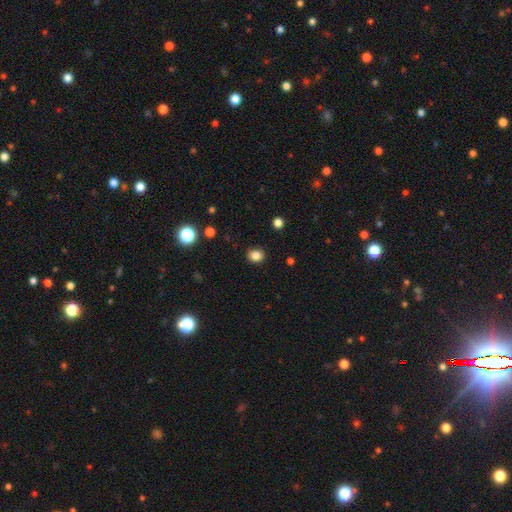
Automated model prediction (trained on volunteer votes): Morphology: type=smooth (84%); roundness=round (69%); merging=none (88%).